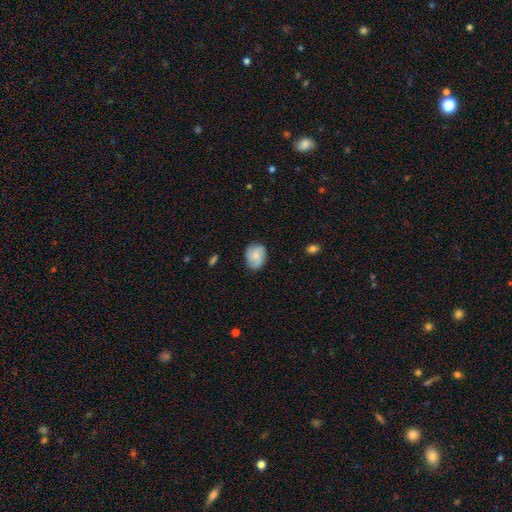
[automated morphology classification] smooth_or_featured: smooth (p=0.59) [alt: featured or disk p=0.33]
how_rounded: in between (p=0.55) [alt: round p=0.44]
merging: none (p=0.74) [alt: minor disturbance p=0.21]